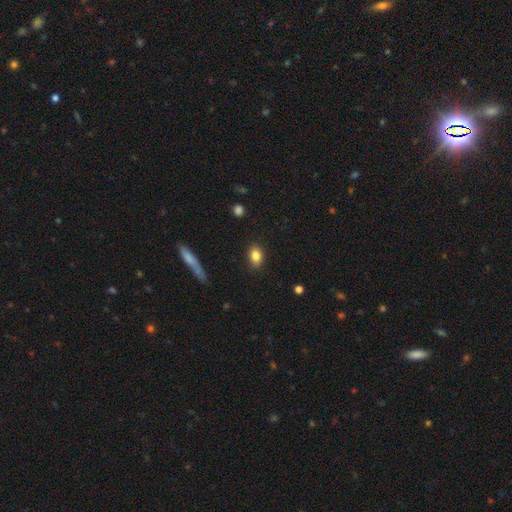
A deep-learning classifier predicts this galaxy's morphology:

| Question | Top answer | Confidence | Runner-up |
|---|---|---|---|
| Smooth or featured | smooth | 83% | featured or disk (9%) |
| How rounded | in between | 76% | round (21%) |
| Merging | none | 86% | minor disturbance (10%) |